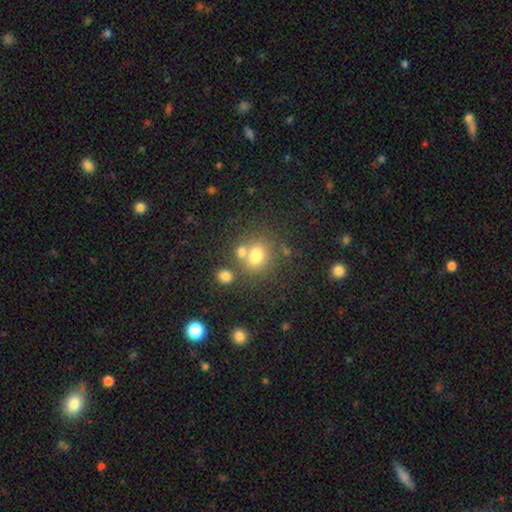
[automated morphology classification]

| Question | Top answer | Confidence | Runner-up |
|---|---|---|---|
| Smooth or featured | smooth | 74% | star or artifact (14%) |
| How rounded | round | 71% | in between (28%) |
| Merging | none | 56% | merger (28%) |